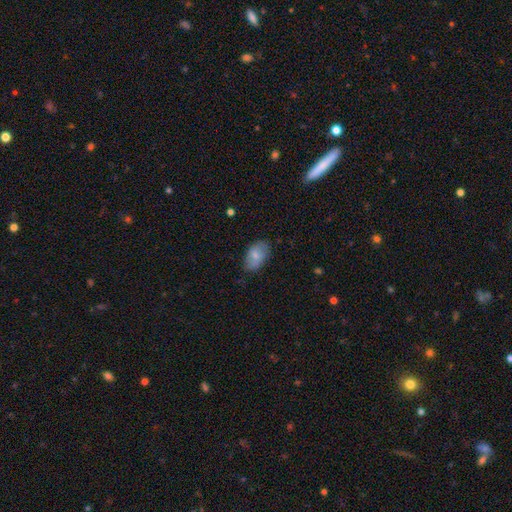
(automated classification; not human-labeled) A smooth galaxy with no disk features (77%) that is in between round and cigar-shaped (93%).

Vote fractions:
- Smooth or featured? smooth: 77% / featured or disk: 17% / star or artifact: 6%
- How rounded? in between: 93% / round: 5% / cigar-shaped: 2%
- Merging? none: 73% / minor disturbance: 21% / major disturbance: 4% / merger: 1%